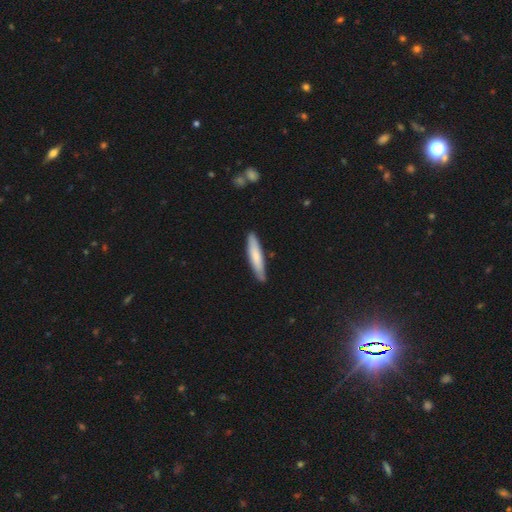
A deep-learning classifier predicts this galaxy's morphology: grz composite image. It shows a smooth galaxy with no disk features (74%) that is cigar-shaped (86%). Merging: none (85%).